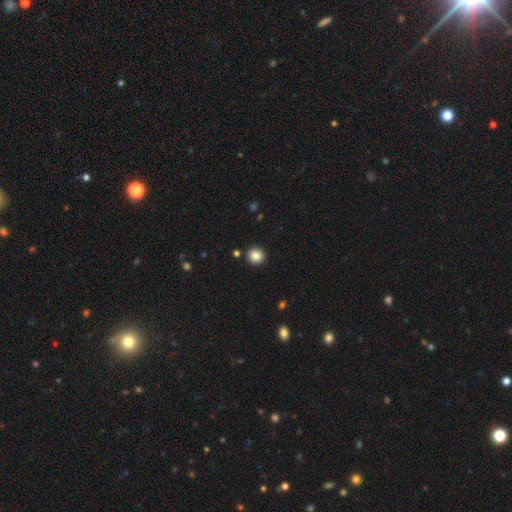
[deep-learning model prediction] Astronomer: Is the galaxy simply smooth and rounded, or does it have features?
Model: smooth — 86%.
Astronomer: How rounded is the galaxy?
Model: round — 92%.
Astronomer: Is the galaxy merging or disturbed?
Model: none — 90%.